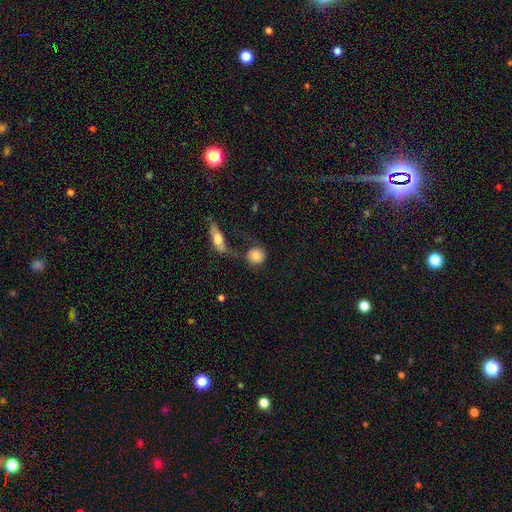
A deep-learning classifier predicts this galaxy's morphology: type=smooth (79%); roundness=round (81%); merging=none (48%).